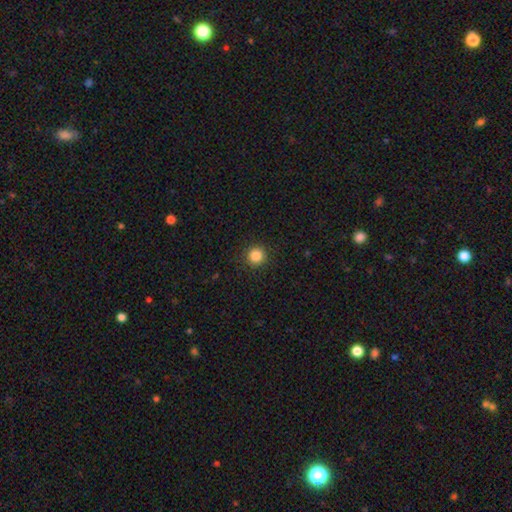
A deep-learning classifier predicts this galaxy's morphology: smooth-or-featured: smooth: 86% | star or artifact: 11% | featured or disk: 3%
  how-rounded: round: 95% | in between: 4% | cigar-shaped: 1%
  merging: none: 92% | minor disturbance: 5% | major disturbance: 2% | merger: 1%